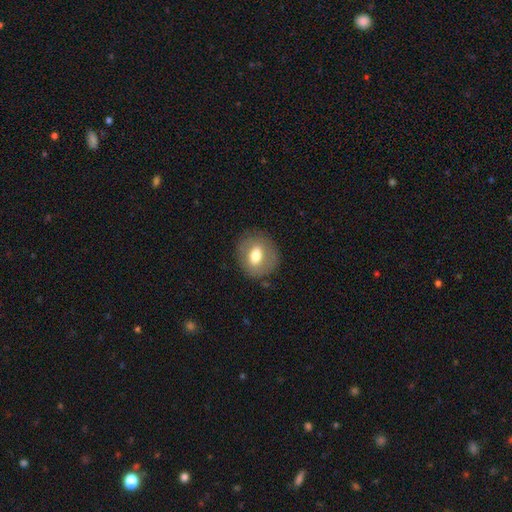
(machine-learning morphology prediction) Q: Smooth or featured?
A: smooth (63%); runner-up: featured or disk (28%)
Q: How rounded?
A: round (59%); runner-up: in between (39%)
Q: Merging?
A: none (81%); runner-up: minor disturbance (13%)